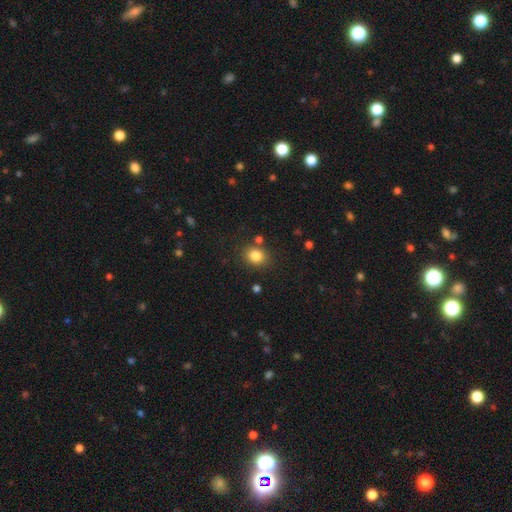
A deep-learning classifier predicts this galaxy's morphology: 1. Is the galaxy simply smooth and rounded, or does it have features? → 83% smooth, 11% star or artifact, 6% featured or disk.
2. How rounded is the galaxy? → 67% round, 32% in between, 1% cigar-shaped.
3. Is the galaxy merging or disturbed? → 80% none, 10% minor disturbance, 6% merger, 3% major disturbance.